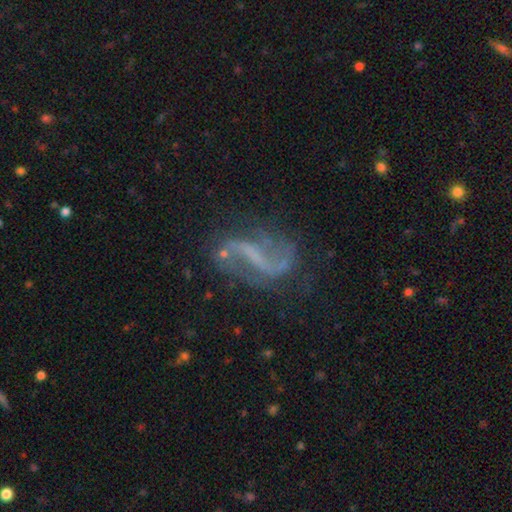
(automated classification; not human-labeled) Smooth or featured? featured or disk (84%)
Edge-on disk? no (96%)
Bar? strong (50%)
Spiral arms? yes (89%)
Spiral winding? loose (75%)
Spiral arm count? 2 (88%)
Bulge size? none (65%)
Merging? none (68%)